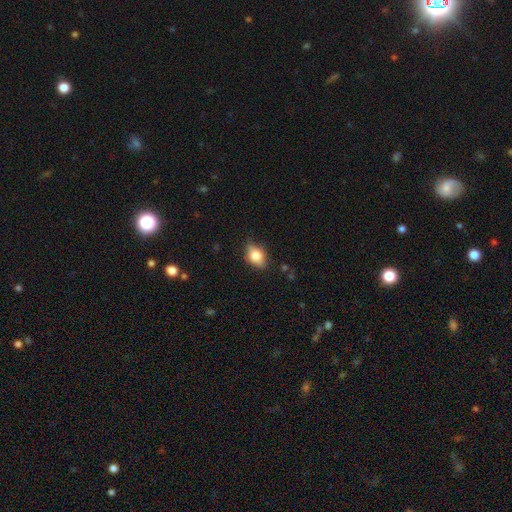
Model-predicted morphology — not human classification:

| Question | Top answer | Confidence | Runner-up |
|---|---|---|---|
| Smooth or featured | smooth | 69% | featured or disk (22%) |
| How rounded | in between | 75% | round (21%) |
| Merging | none | 76% | minor disturbance (19%) |